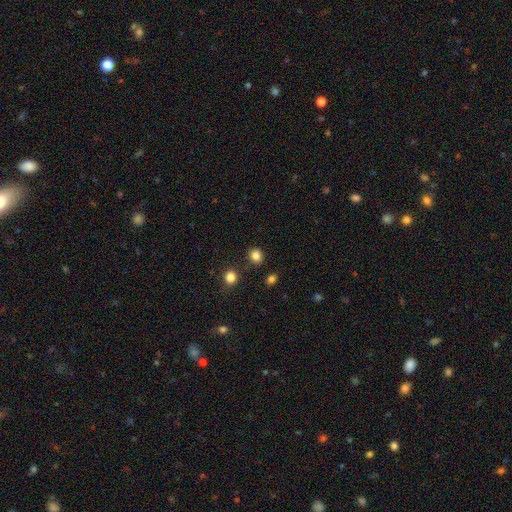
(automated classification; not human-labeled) A smooth galaxy with no disk features (83%) that is round (78%). Merging: none (85%).